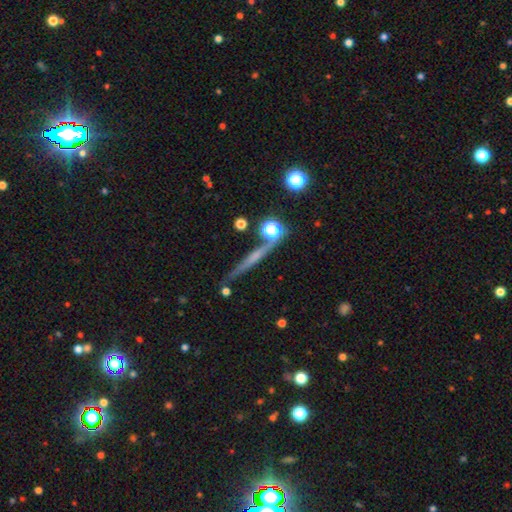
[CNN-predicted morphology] Smooth or featured? featured or disk (56%)
Edge-on disk? yes (95%)
Edge-on bulge? none (56%)
Merging? none (81%)